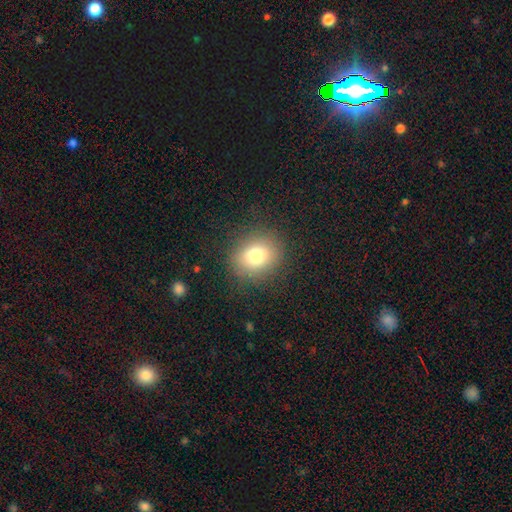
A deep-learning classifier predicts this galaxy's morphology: Overall: smooth (77%). How rounded: round (65%; in between 34%). Merging: none (85%).